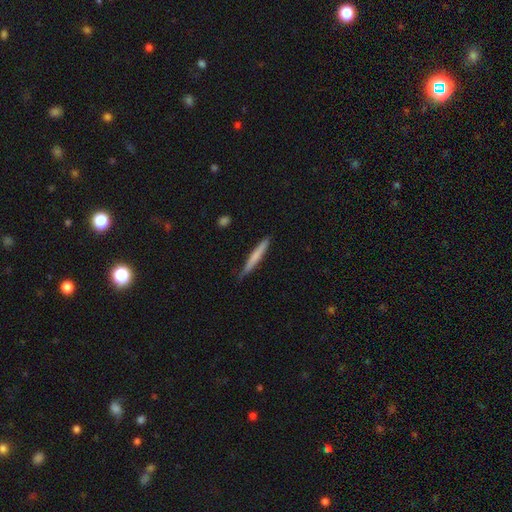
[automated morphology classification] Smooth or featured?
  - smooth: 66% *
  - featured or disk: 29%
  - star or artifact: 5%
How rounded?
  - cigar-shaped: 96% *
  - in between: 3%
  - round: 1%
Merging?
  - none: 83% *
  - minor disturbance: 14%
  - major disturbance: 2%
  - merger: 2%